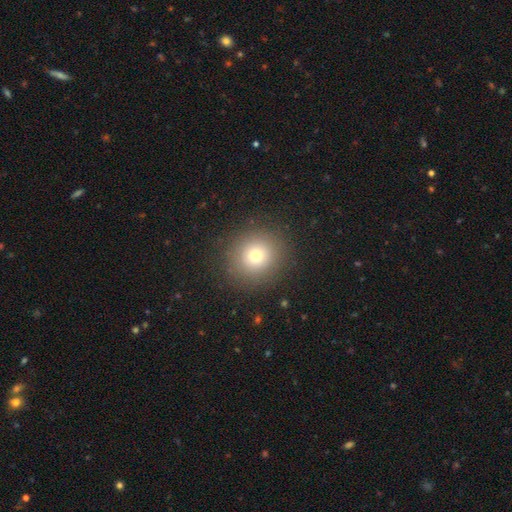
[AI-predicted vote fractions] The model was most divided on "smooth or featured": smooth: 74%, star or artifact: 15%, featured or disk: 11%. More confident: how rounded — round (90%); merging — none (89%).